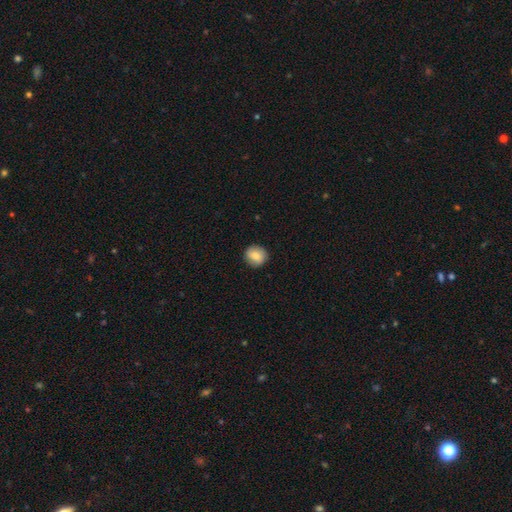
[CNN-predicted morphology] Smooth or featured? smooth (82%)
How rounded? round (86%)
Merging? none (88%)